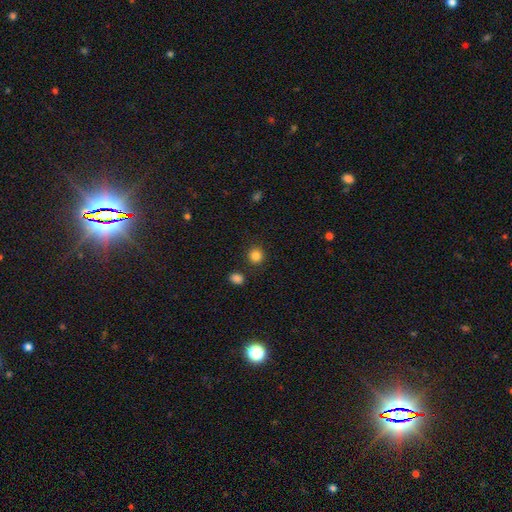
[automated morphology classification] Q: Smooth or featured?
A: smooth (85%); runner-up: star or artifact (11%)
Q: How rounded?
A: round (90%); runner-up: in between (9%)
Q: Merging?
A: none (86%); runner-up: minor disturbance (7%)